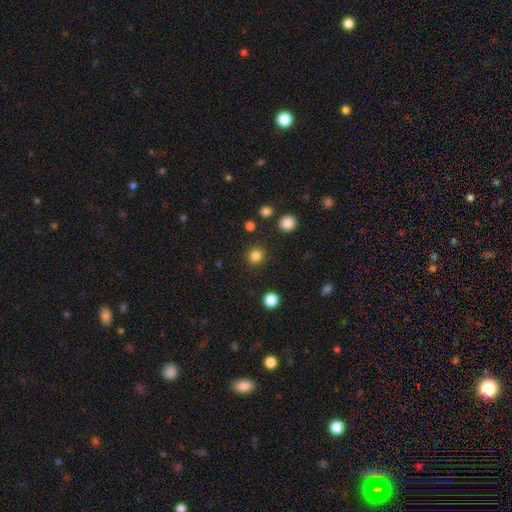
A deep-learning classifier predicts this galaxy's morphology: A smooth galaxy with no disk features (83%) that is round (92%). Merging: none (89%).